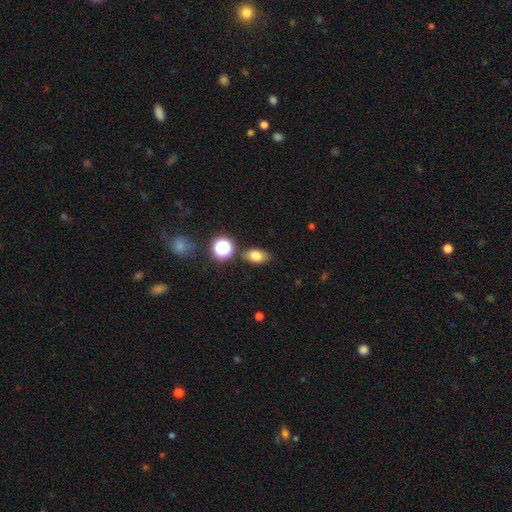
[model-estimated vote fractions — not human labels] Smooth or featured: smooth — 78% (star or artifact — 13%)
How rounded: in between — 84% (round — 13%)
Merging: none — 78% (minor disturbance — 14%)